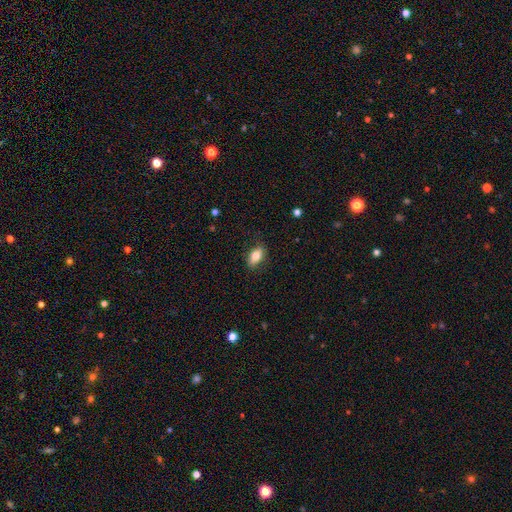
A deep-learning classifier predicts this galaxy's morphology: Smooth or featured? smooth (77%)
How rounded? in between (87%)
Merging? none (83%)